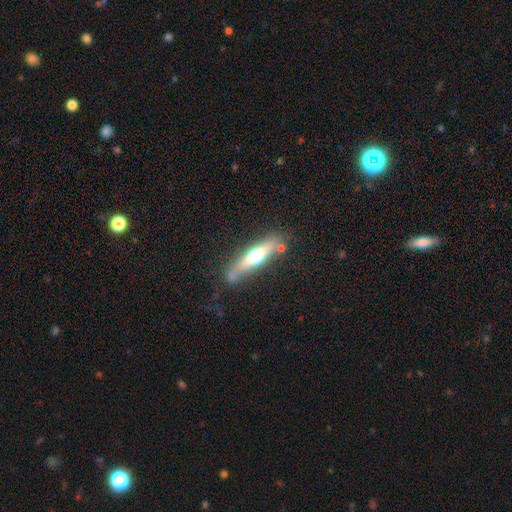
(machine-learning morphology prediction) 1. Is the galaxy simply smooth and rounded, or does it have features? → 50% featured or disk, 44% smooth, 6% star or artifact.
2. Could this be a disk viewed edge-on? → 88% yes, 12% no.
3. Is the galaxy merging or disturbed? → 71% none, 17% minor disturbance, 8% merger, 5% major disturbance.